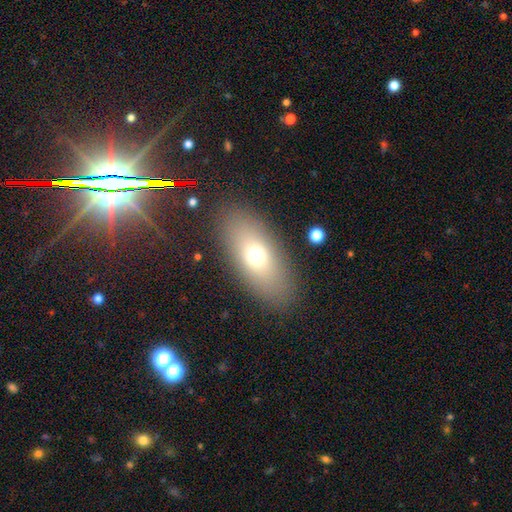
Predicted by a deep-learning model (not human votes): Smooth or featured?
  - smooth: 67% *
  - featured or disk: 21%
  - star or artifact: 12%
How rounded?
  - in between: 83% *
  - cigar-shaped: 9%
  - round: 8%
Merging?
  - none: 85% *
  - minor disturbance: 8%
  - major disturbance: 5%
  - merger: 2%